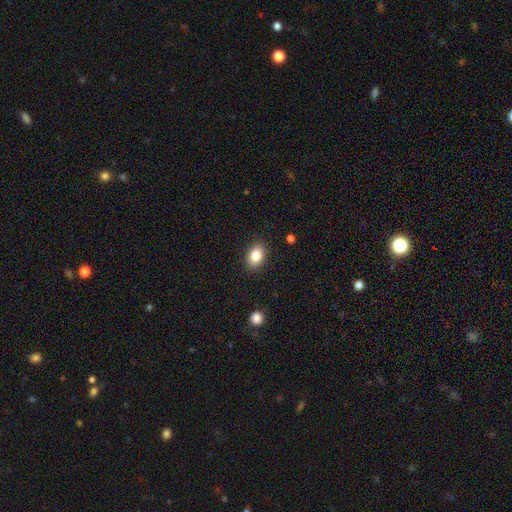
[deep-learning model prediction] Q: Smooth or featured?
A: smooth (83%); runner-up: star or artifact (9%)
Q: How rounded?
A: in between (84%); runner-up: round (15%)
Q: Merging?
A: none (88%); runner-up: minor disturbance (8%)